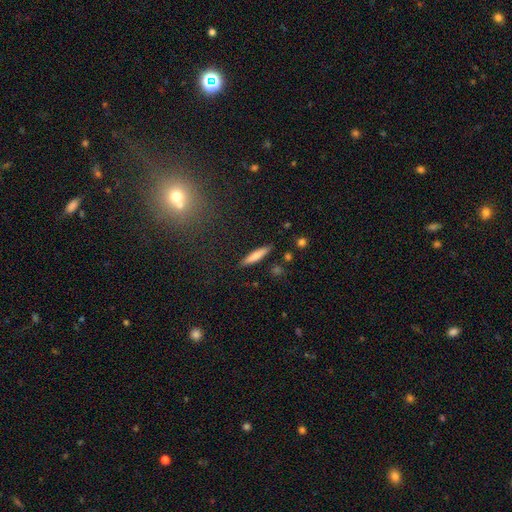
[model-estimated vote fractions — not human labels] Smooth or featured? smooth (71%)
How rounded? cigar-shaped (85%)
Merging? none (88%)